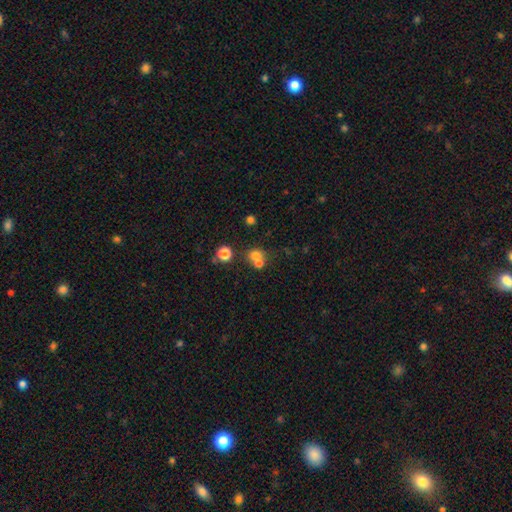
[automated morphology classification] This appears to be a smooth galaxy with no disk features (70%) that is round (80%). Merging: merger (46%).